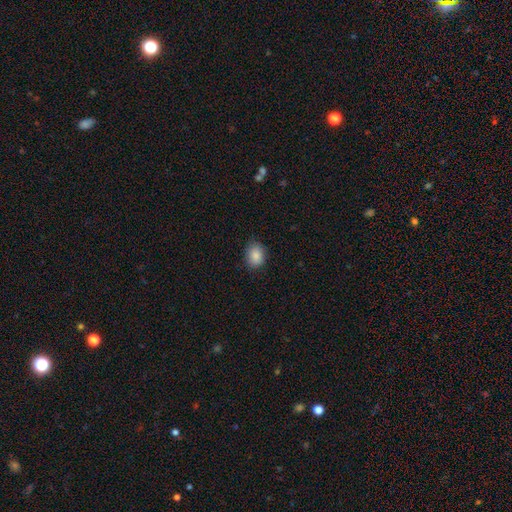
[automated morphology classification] The model was most divided on "how rounded": in between: 55%, round: 44%, cigar-shaped: 1%. More confident: smooth or featured — smooth (87%); merging — none (83%).